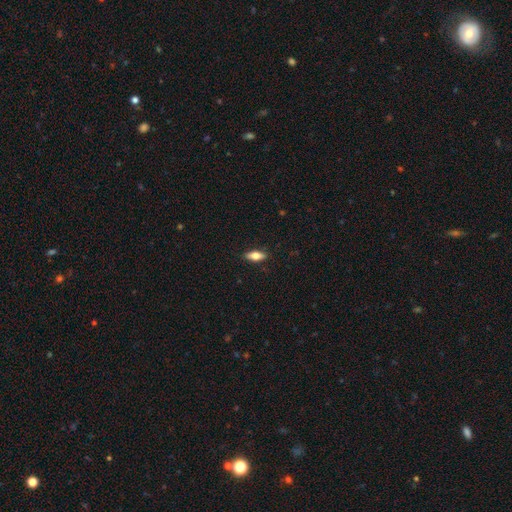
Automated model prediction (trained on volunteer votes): The model was most divided on "smooth or featured": smooth: 65%, featured or disk: 28%, star or artifact: 7%. More confident: merging — none (88%); how rounded — in between (71%).